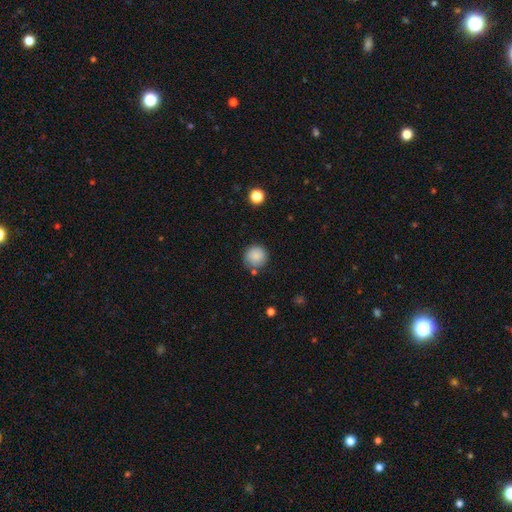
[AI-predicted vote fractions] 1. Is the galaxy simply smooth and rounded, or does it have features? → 87% smooth, 9% star or artifact, 5% featured or disk.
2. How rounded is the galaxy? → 94% round, 5% in between, 1% cigar-shaped.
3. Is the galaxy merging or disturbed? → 80% none, 12% minor disturbance, 5% merger, 3% major disturbance.